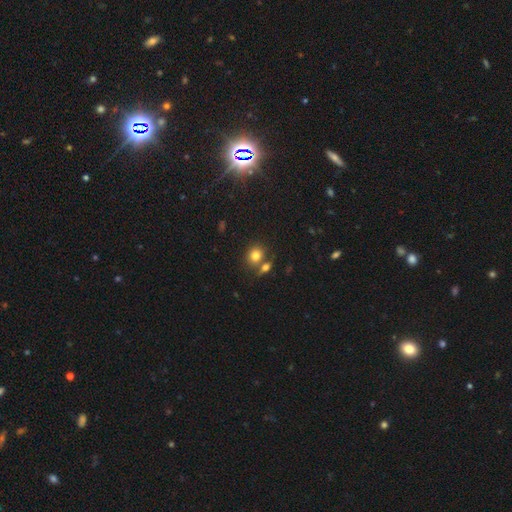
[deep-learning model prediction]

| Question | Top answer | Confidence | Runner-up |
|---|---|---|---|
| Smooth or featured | smooth | 78% | star or artifact (12%) |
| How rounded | round | 69% | in between (30%) |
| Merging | none | 59% | merger (28%) |